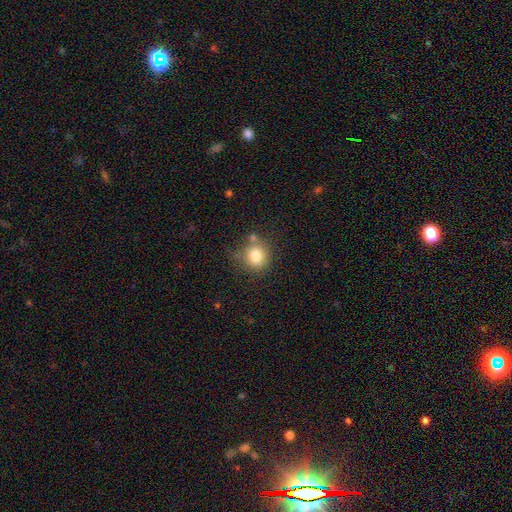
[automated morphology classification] Smooth or featured: smooth — 80% (star or artifact — 11%)
How rounded: round — 87% (in between — 12%)
Merging: none — 73% (minor disturbance — 14%)